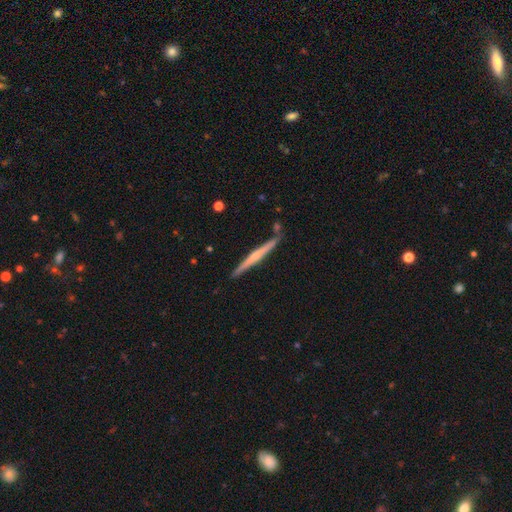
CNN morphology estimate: smooth-or-featured: featured or disk: 65% | smooth: 30% | star or artifact: 5%
  disk-edge-on: yes: 98% | no: 2%
    edge-on-bulge: rounded: 63% | none: 30% | boxy: 7%
  merging: none: 84% | minor disturbance: 10% | merger: 4% | major disturbance: 2%